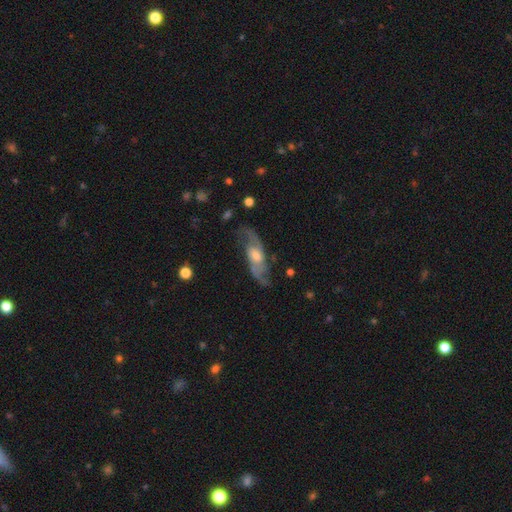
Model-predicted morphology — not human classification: Smooth or featured?
  - featured or disk: 84% *
  - smooth: 10%
  - star or artifact: 6%
Edge-on disk?
  - no: 89% *
  - yes: 11%
Bar?
  - no: 51% *
  - weak: 40%
  - strong: 10%
Spiral arms?
  - yes: 95% *
  - no: 5%
Spiral winding?
  - medium: 44% *
  - loose: 41%
  - tight: 15%
Spiral arm count?
  - 2: 85% *
  - can't tell: 7%
  - 3: 4%
  - 1: 2%
  - 4: 2%
  - more than 4: 1%
Bulge size?
  - moderate: 59% *
  - small: 26%
  - large: 10%
  - none: 3%
  - dominant: 1%
Merging?
  - none: 73% *
  - minor disturbance: 17%
  - major disturbance: 8%
  - merger: 2%